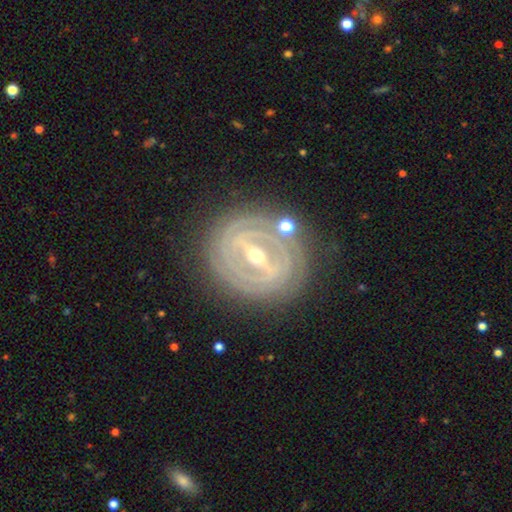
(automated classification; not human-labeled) Smooth or featured: featured or disk — 88% (smooth — 6%)
Edge-on disk: no — 93% (yes — 7%)
Bar: strong — 71% (weak — 22%)
Spiral arms: yes — 85% (no — 15%)
Spiral winding: tight — 82% (medium — 14%)
Spiral arm count: can't tell — 36% (2 — 25%)
Bulge size: small — 50% (moderate — 47%)
Merging: none — 81% (minor disturbance — 12%)